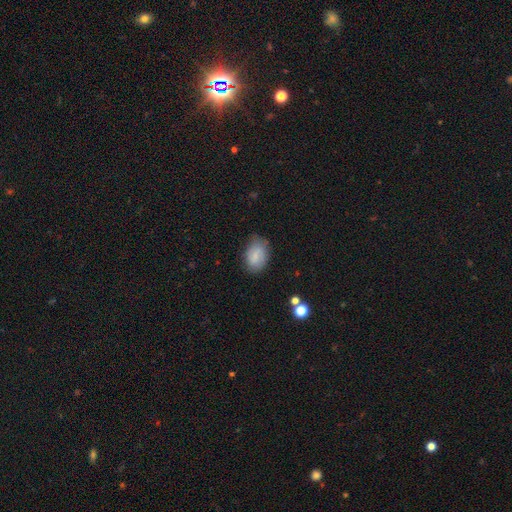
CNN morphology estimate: A smooth galaxy with no disk features (74%) that is in between round and cigar-shaped (86%).

Vote fractions:
- Smooth or featured? smooth: 74% / featured or disk: 18% / star or artifact: 8%
- How rounded? in between: 86% / round: 12% / cigar-shaped: 1%
- Merging? none: 71% / minor disturbance: 22% / major disturbance: 5% / merger: 2%